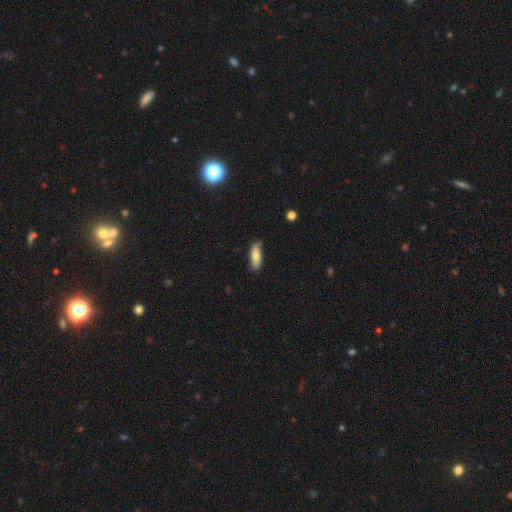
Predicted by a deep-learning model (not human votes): Overall: smooth (78%). How rounded: in between (58%; cigar-shaped 40%). Merging: none (79%).